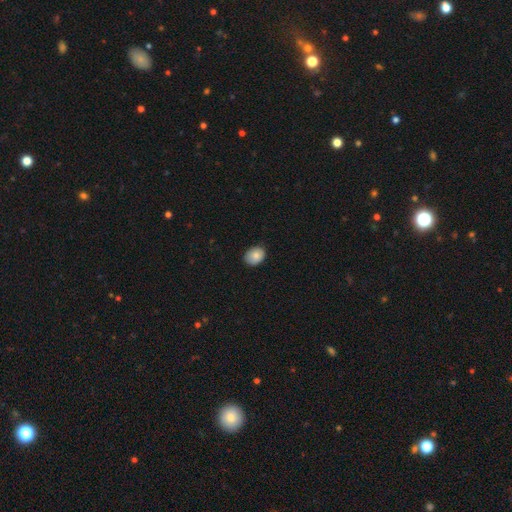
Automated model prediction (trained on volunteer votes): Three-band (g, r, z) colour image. It shows a smooth galaxy with no disk features (83%) that is in between round and cigar-shaped (64%). Merging: none (83%).